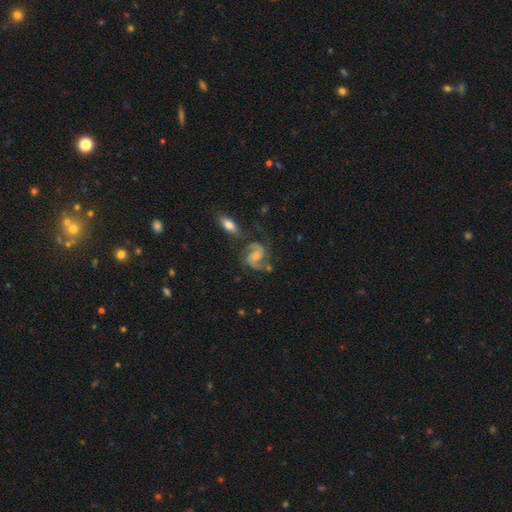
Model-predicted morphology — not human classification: A featured or disk galaxy (83%) with no bar (49%), 2 (89%) medium (55%) spiral arms (96%) and a small central bulge (44%).

Vote fractions:
- Smooth or featured? featured or disk: 83% / smooth: 11% / star or artifact: 6%
- Edge-on disk? no: 97% / yes: 3%
- Bar? no: 49% / weak: 41% / strong: 10%
- Spiral arms? yes: 96% / no: 4%
- Spiral winding? medium: 55% / loose: 25% / tight: 19%
- Spiral arm count? 2: 89% / can't tell: 4% / 3: 3% / 1: 2% / 4: 1% / more than 4: 1%
- Bulge size? small: 44% / moderate: 38% / none: 11% / large: 5% / dominant: 1%
- Merging? none: 61% / minor disturbance: 20% / major disturbance: 10% / merger: 9%